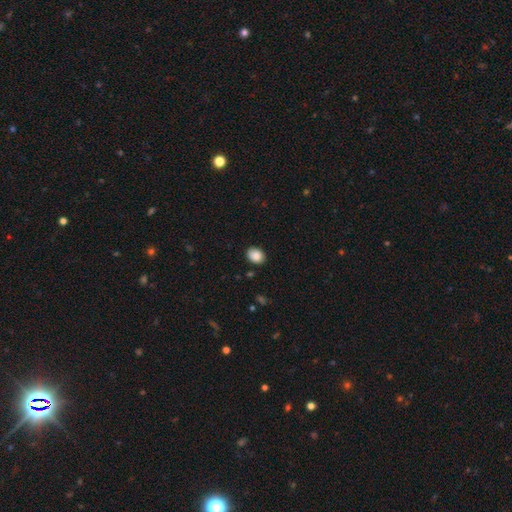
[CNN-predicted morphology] Q: Smooth or featured?
A: smooth (88%); runner-up: star or artifact (8%)
Q: How rounded?
A: in between (56%); runner-up: round (43%)
Q: Merging?
A: none (86%); runner-up: minor disturbance (11%)